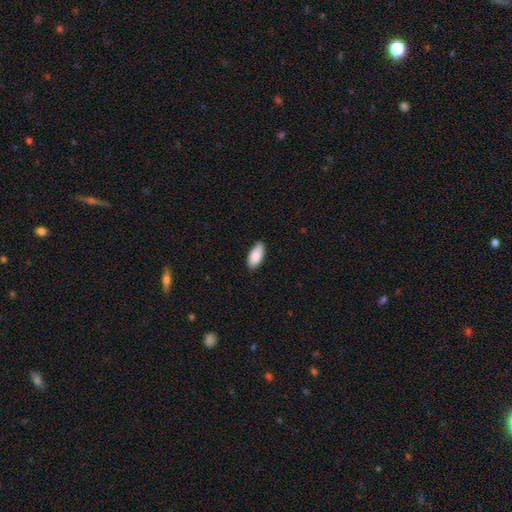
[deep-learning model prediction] Smooth or featured? smooth (88%)
How rounded? in between (90%)
Merging? none (83%)